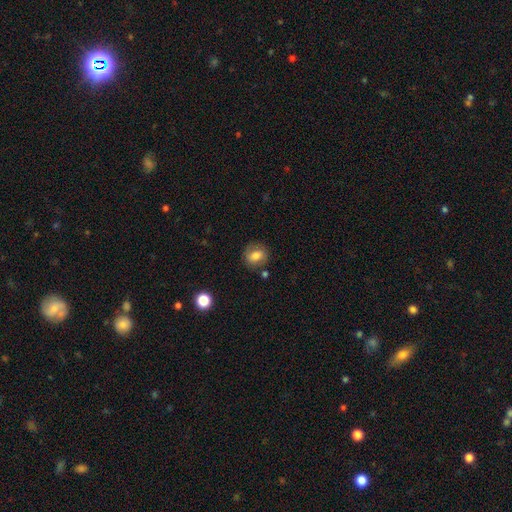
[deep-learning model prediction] The model was most divided on "how rounded": round: 65%, in between: 34%, cigar-shaped: 1%. More confident: merging — none (78%); smooth or featured — smooth (72%).